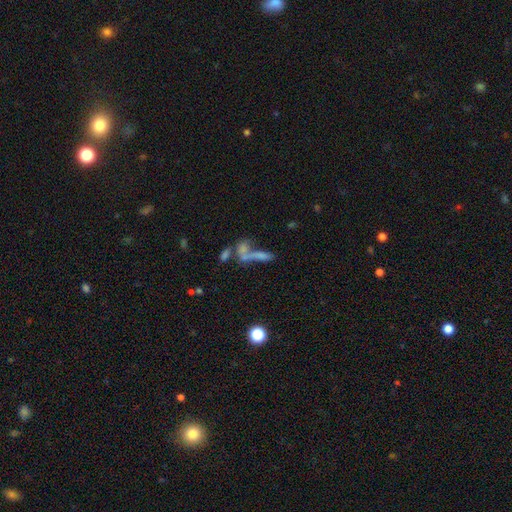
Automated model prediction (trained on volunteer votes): Smooth or featured? Predicted: smooth (p=0.50). Merging? Predicted: merger (p=0.53).